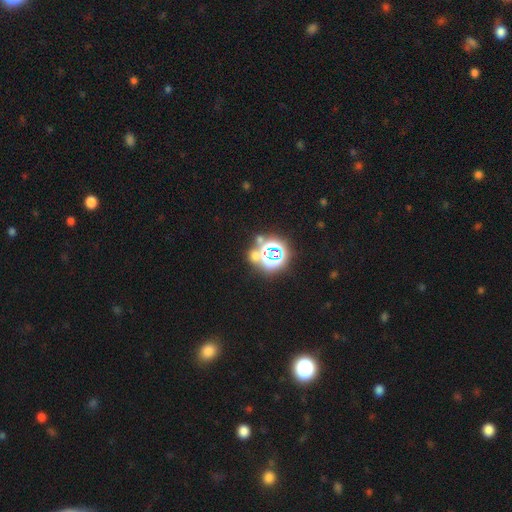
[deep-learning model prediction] smooth_or_featured: star or artifact (p=0.61) [alt: smooth p=0.30]